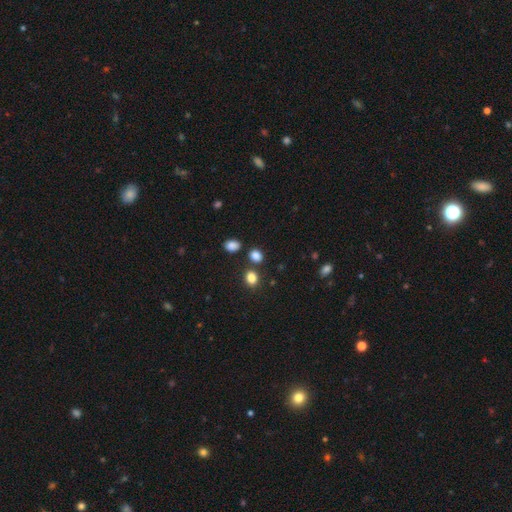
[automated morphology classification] Overall: smooth (84%). How rounded: round (53%; in between 46%). Merging: none (76%).